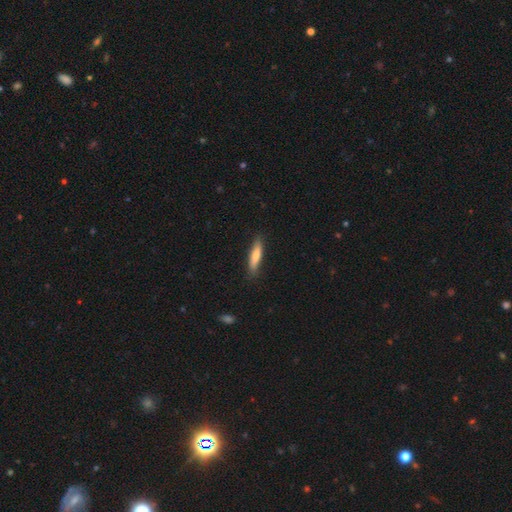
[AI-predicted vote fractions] smooth_or_featured: smooth (p=0.71) [alt: featured or disk p=0.23]
how_rounded: cigar-shaped (p=0.79) [alt: in between p=0.20]
merging: none (p=0.85) [alt: minor disturbance p=0.12]